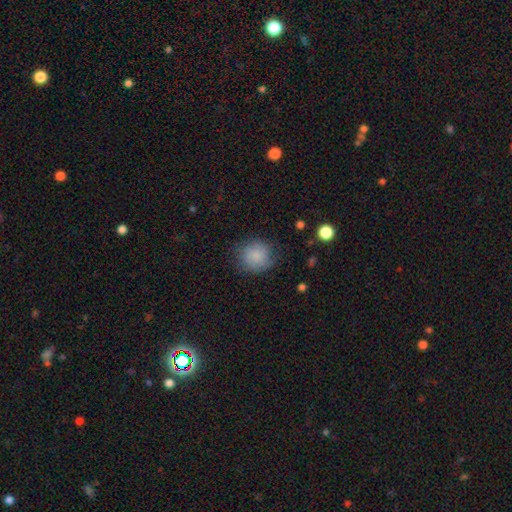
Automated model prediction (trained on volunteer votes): The model was most divided on "merging": none: 74%, minor disturbance: 19%, major disturbance: 6%, merger: 1%. More confident: how rounded — round (87%); smooth or featured — smooth (77%).